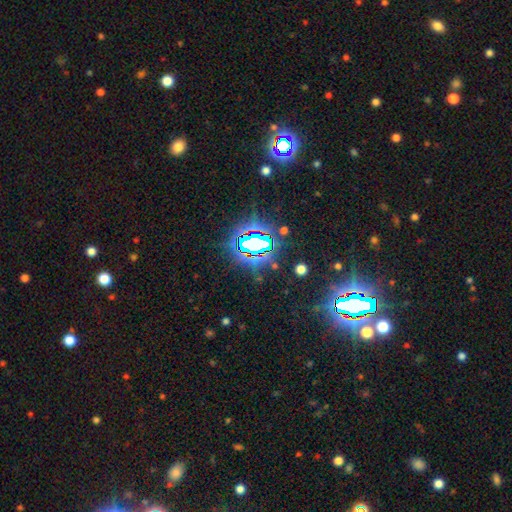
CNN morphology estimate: This is clearly a star or artifact rather than a galaxy (84%).